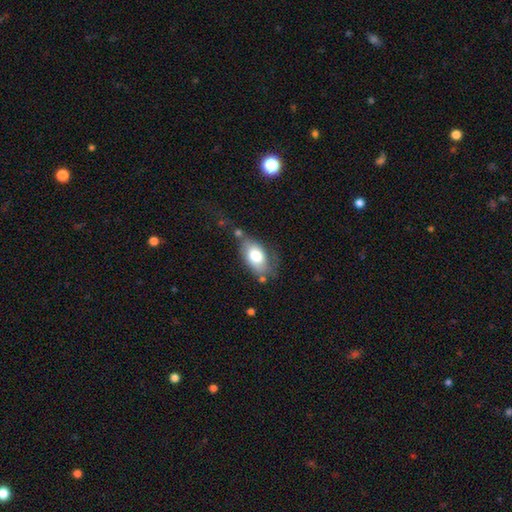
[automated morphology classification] smooth_or_featured: smooth (p=0.72) [alt: featured or disk p=0.21]
how_rounded: in between (p=0.90) [alt: round p=0.07]
merging: none (p=0.52) [alt: minor disturbance p=0.26]